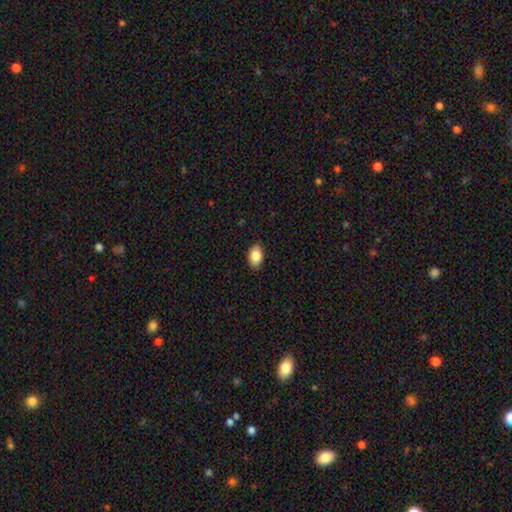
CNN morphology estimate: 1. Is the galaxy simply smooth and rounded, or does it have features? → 85% smooth, 7% featured or disk, 7% star or artifact.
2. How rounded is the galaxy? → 90% in between, 9% round, 1% cigar-shaped.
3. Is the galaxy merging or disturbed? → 88% none, 9% minor disturbance, 2% major disturbance, 1% merger.